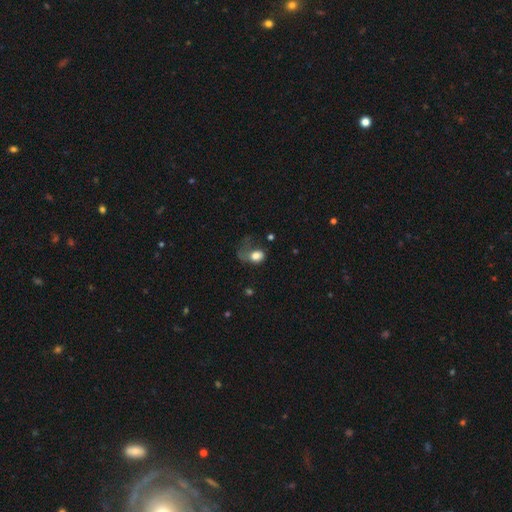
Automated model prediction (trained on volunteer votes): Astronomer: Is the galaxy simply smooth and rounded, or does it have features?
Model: smooth — 72%.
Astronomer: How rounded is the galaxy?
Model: in between — 65%.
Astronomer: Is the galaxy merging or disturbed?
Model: major disturbance — 60%.